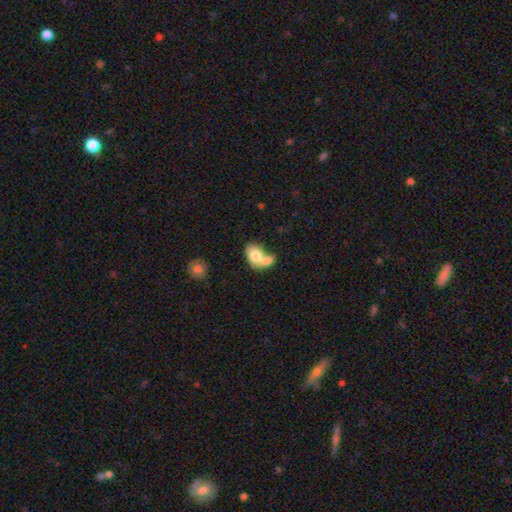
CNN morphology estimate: Smooth or featured? smooth (75%)
How rounded? in between (71%)
Merging? merger (69%)